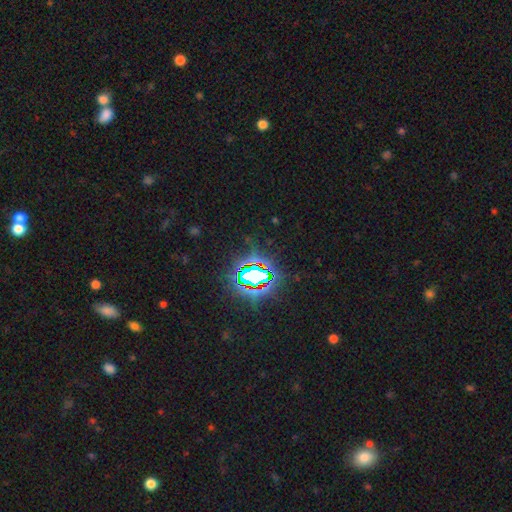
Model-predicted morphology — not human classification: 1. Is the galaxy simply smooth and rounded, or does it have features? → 81% star or artifact, 12% smooth, 8% featured or disk.